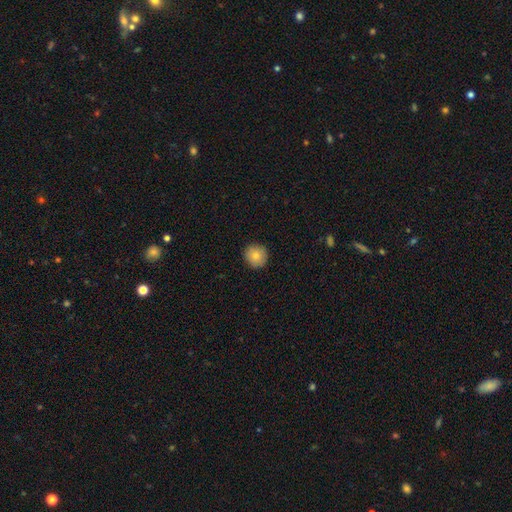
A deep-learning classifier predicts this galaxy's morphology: type=smooth (83%); roundness=round (94%); merging=none (91%).